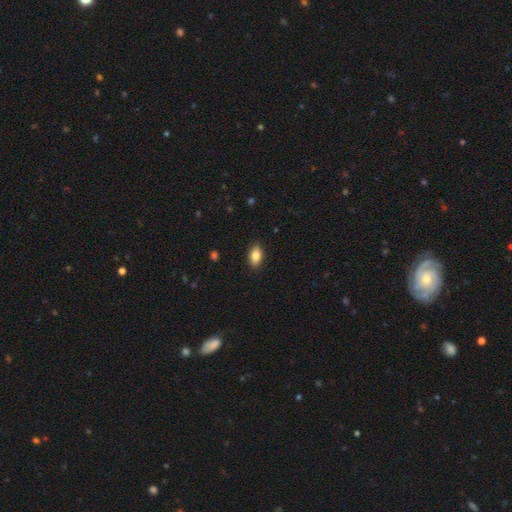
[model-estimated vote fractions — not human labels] smooth-or-featured: smooth: 85% | featured or disk: 8% | star or artifact: 7%
  how-rounded: in between: 91% | round: 6% | cigar-shaped: 3%
  merging: none: 89% | minor disturbance: 8% | major disturbance: 2% | merger: 1%